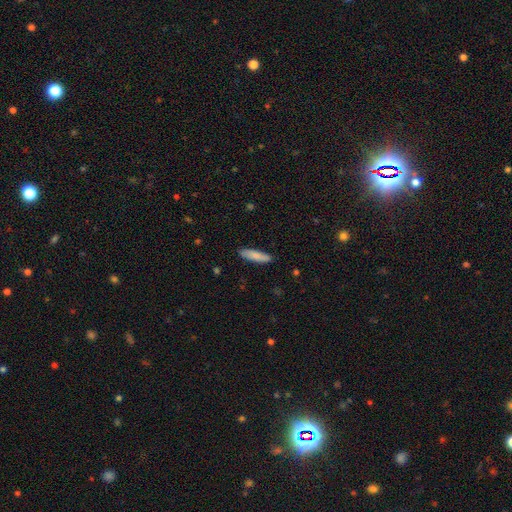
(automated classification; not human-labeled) Overall: smooth (84%). How rounded: cigar-shaped (75%). Merging: none (88%).